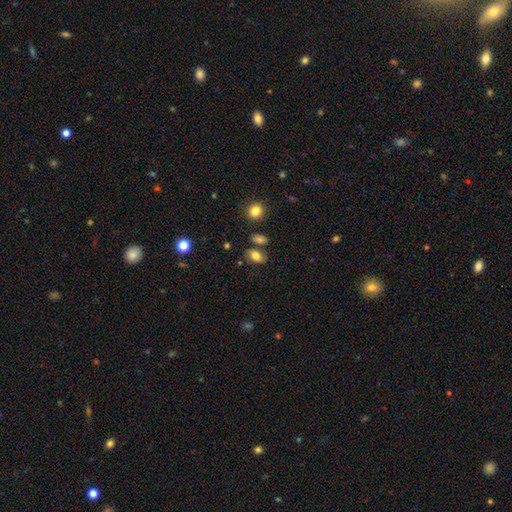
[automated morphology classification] Smooth or featured? smooth (80%)
How rounded? in between (86%)
Merging? none (71%)